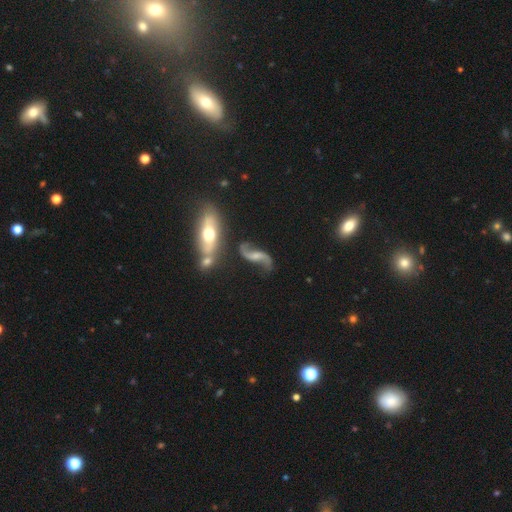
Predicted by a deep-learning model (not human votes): Smooth or featured: featured or disk — 87% (smooth — 8%)
Edge-on disk: no — 95% (yes — 5%)
Bar: no — 47% (weak — 40%)
Spiral arms: yes — 95% (no — 5%)
Spiral winding: loose — 87% (medium — 10%)
Spiral arm count: 2 — 94% (1 — 2%)
Bulge size: small — 42% (moderate — 27%)
Merging: none — 66% (minor disturbance — 16%)